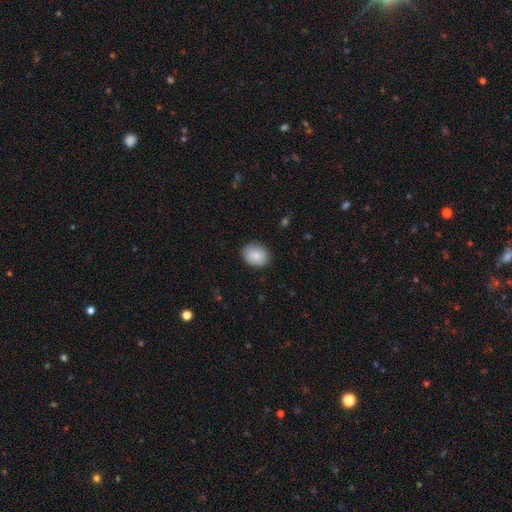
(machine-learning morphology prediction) The model was most divided on "how rounded": in between: 55%, round: 44%, cigar-shaped: 1%. More confident: merging — none (86%); smooth or featured — smooth (86%).